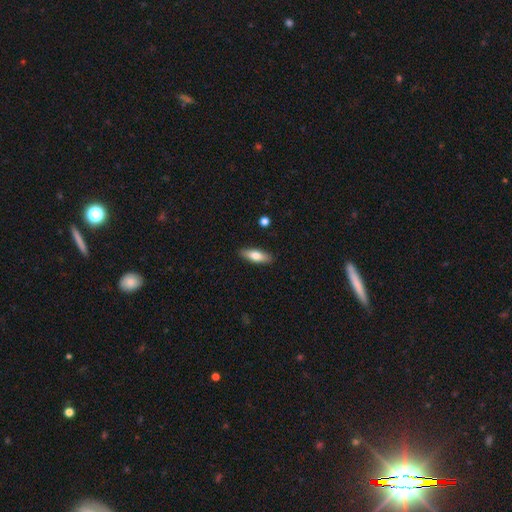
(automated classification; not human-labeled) This is likely a smooth galaxy (71%). How rounded: possibly in between (56%). Merging: clearly none (89%).